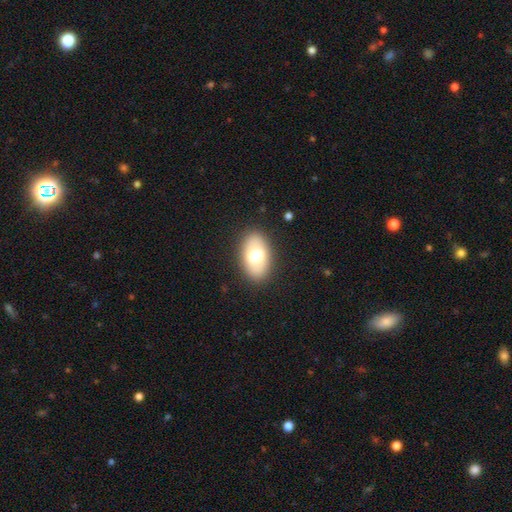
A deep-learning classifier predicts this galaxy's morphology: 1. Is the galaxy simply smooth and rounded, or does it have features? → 68% smooth, 25% featured or disk, 8% star or artifact.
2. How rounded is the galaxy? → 90% in between, 8% round, 2% cigar-shaped.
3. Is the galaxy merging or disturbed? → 86% none, 9% minor disturbance, 3% major disturbance, 1% merger.